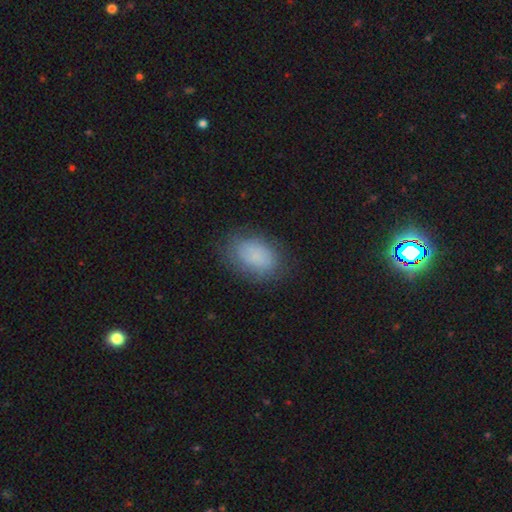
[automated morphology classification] A smooth galaxy with no disk features (78%) that is in between round and cigar-shaped (85%).

Vote fractions:
- Smooth or featured? smooth: 78% / featured or disk: 13% / star or artifact: 9%
- How rounded? in between: 85% / round: 14% / cigar-shaped: 1%
- Merging? none: 76% / minor disturbance: 17% / major disturbance: 6% / merger: 1%